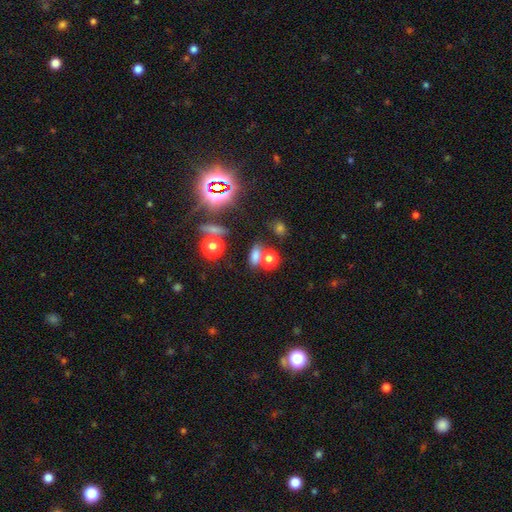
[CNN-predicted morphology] Smooth or featured? smooth (68%)
How rounded? in between (62%)
Merging? none (55%)